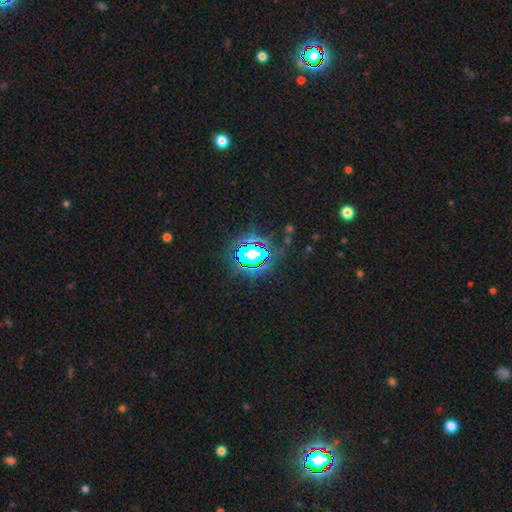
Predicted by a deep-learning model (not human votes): Smooth or featured? star or artifact (83%)